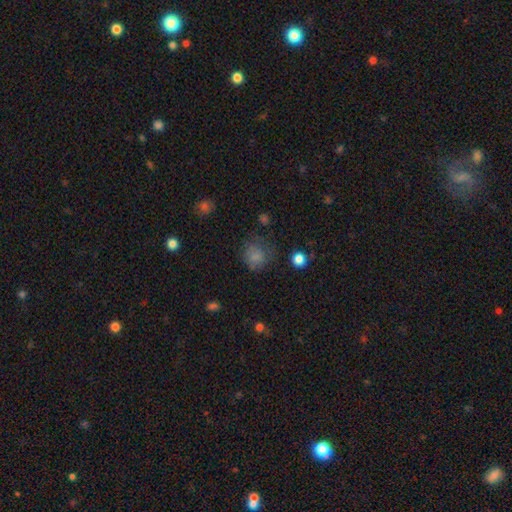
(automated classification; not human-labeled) Q: Smooth or featured?
A: smooth (75%); runner-up: star or artifact (14%)
Q: How rounded?
A: round (77%); runner-up: in between (22%)
Q: Merging?
A: none (59%); runner-up: minor disturbance (23%)